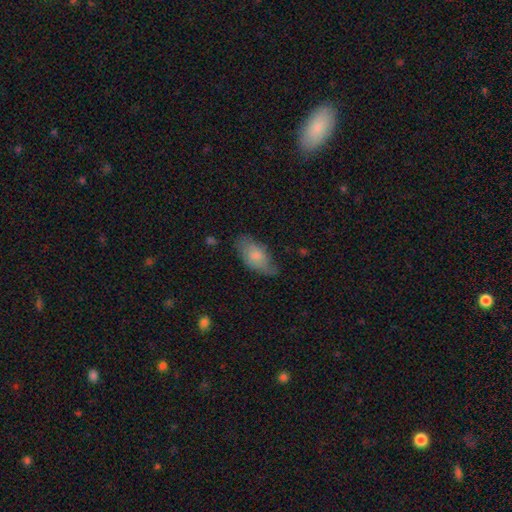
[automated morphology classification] Q: Smooth or featured?
A: smooth (71%); runner-up: featured or disk (22%)
Q: How rounded?
A: in between (91%); runner-up: cigar-shaped (6%)
Q: Merging?
A: none (61%); runner-up: minor disturbance (29%)